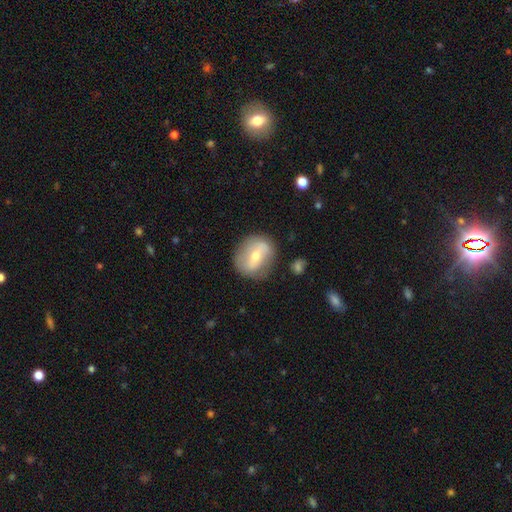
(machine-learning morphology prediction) Overall: featured or disk (50%; smooth 43%). Merging: none (77%).